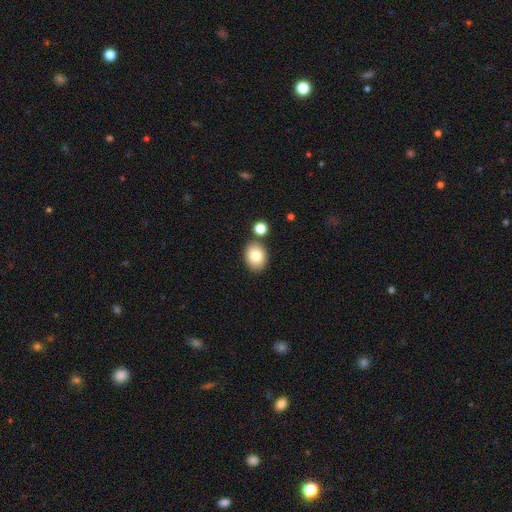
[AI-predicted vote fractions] Smooth or featured: smooth — 82% (featured or disk — 10%)
How rounded: in between — 60% (round — 39%)
Merging: none — 79% (merger — 10%)